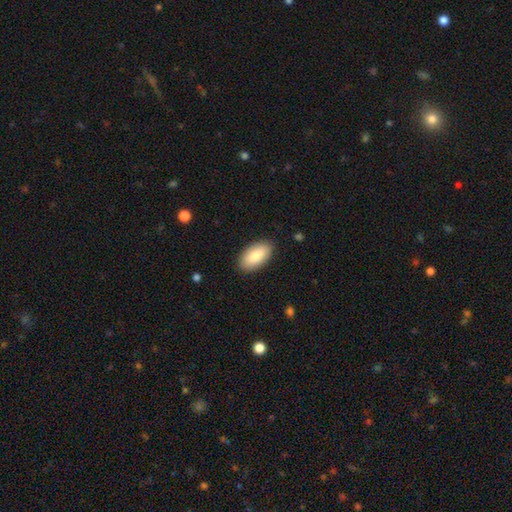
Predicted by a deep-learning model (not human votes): Smooth or featured? smooth (85%)
How rounded? in between (94%)
Merging? none (88%)